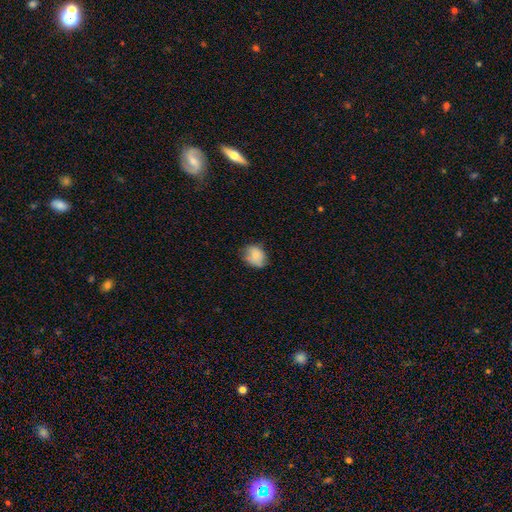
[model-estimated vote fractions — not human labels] Morphology: type=smooth (76%); roundness=in between (57%); merging=none (59%).